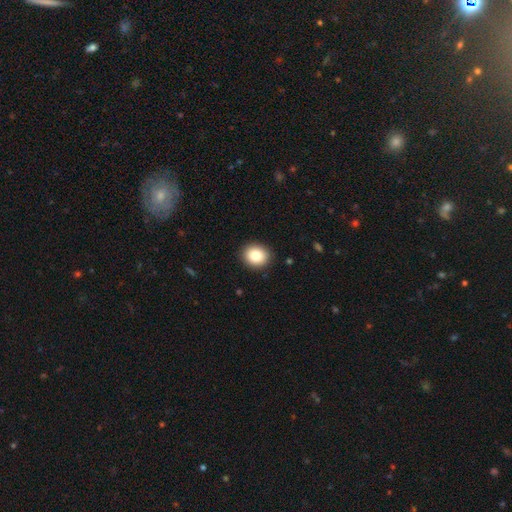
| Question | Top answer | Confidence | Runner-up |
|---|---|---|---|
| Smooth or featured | smooth | 87% | featured or disk (8%) |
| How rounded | round | 76% | in between (24%) |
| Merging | none | 92% | major disturbance (6%) |